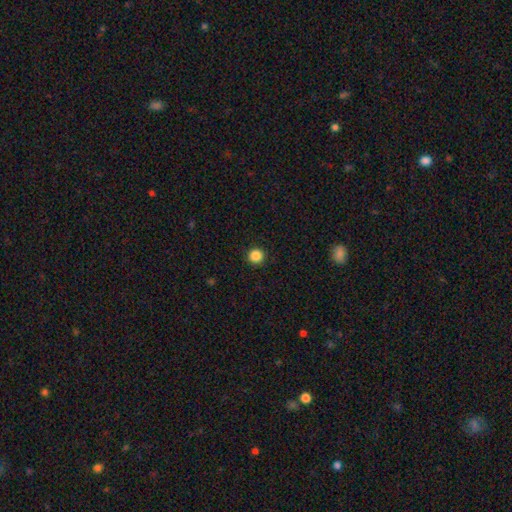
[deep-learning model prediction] smooth_or_featured: smooth (p=0.87) [alt: star or artifact p=0.10]
how_rounded: round (p=0.96) [alt: in between p=0.03]
merging: none (p=0.93) [alt: minor disturbance p=0.04]